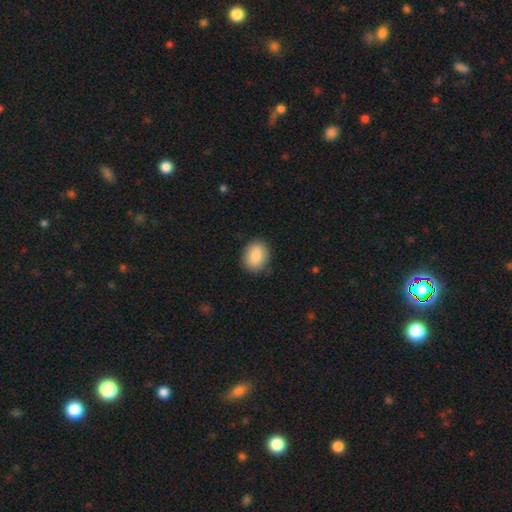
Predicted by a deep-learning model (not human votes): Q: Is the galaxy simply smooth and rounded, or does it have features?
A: smooth — 86%.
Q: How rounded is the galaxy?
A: in between — 55%.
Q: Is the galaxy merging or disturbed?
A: none — 85%.